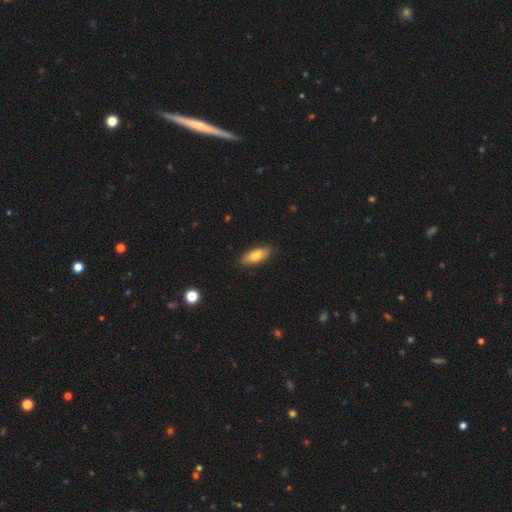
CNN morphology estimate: type=smooth (74%); roundness=in between (76%); merging=none (87%).